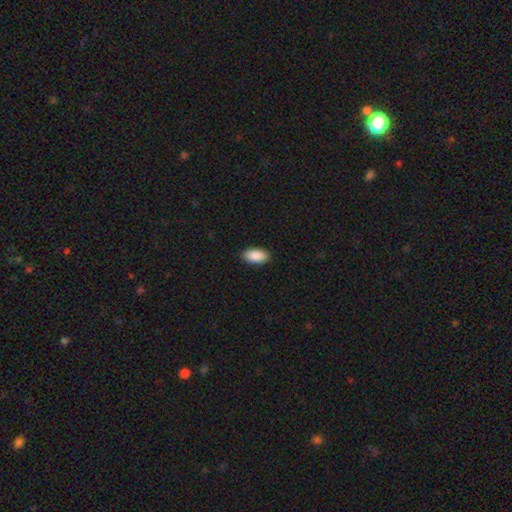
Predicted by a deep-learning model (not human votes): Morphology: type=smooth (90%); roundness=in between (94%); merging=none (90%).